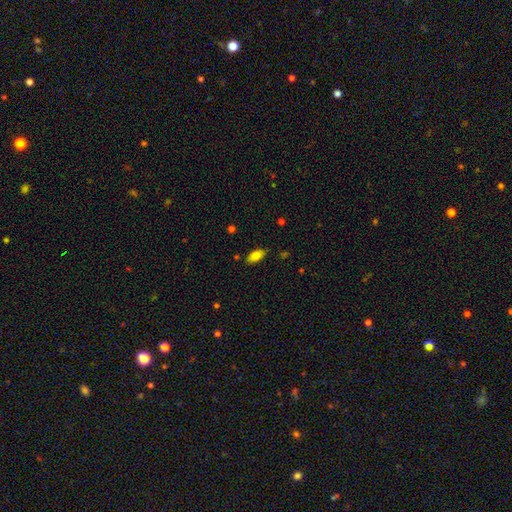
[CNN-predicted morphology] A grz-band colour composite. It shows a smooth galaxy with no disk features (79%) that is in between round and cigar-shaped (89%). Merging: none (82%).